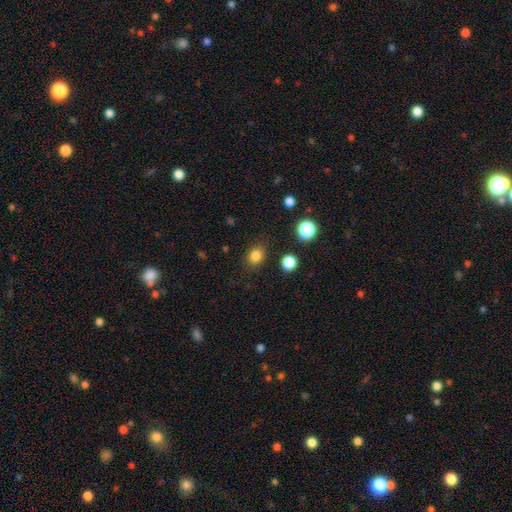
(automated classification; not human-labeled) This is clearly a smooth galaxy (83%). How rounded: possibly round (54%). Merging: clearly none (85%).